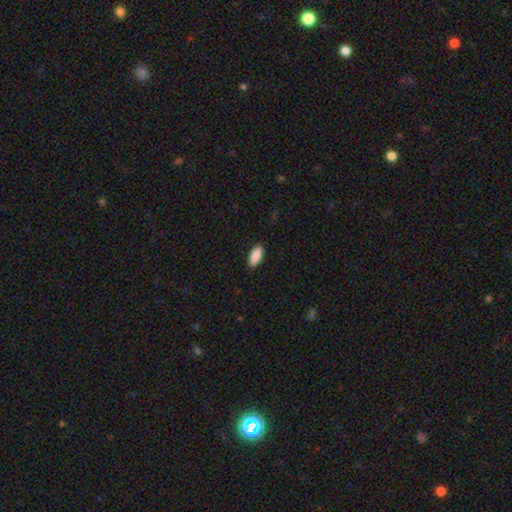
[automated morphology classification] Smooth or featured: smooth — 90% (star or artifact — 6%)
How rounded: in between — 82% (cigar-shaped — 16%)
Merging: none — 90% (minor disturbance — 7%)